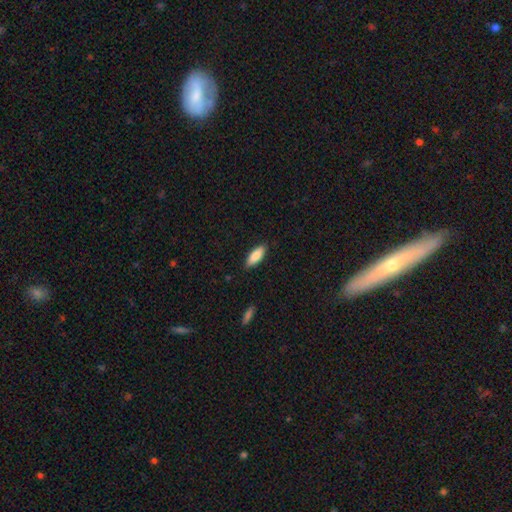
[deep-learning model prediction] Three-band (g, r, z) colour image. It shows a smooth galaxy with no disk features (87%) that is in between round and cigar-shaped (72%). Merging: none (88%).